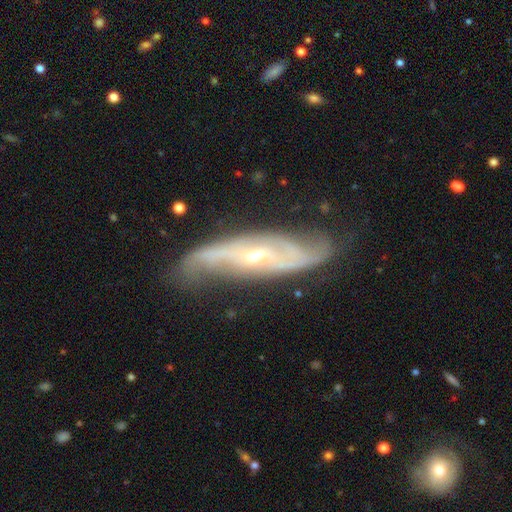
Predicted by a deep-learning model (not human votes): smooth_or_featured: featured or disk (p=0.85) [alt: smooth p=0.09]
disk_edge_on: no (p=0.78) [alt: yes p=0.22]
bar: no (p=0.48) [alt: weak p=0.37]
has_spiral_arms: yes (p=0.93) [alt: no p=0.07]
spiral_winding: medium (p=0.41) [alt: tight p=0.32]
spiral_arm_count: 2 (p=0.64) [alt: can't tell p=0.20]
bulge_size: small (p=0.52) [alt: moderate p=0.44]
merging: none (p=0.69) [alt: minor disturbance p=0.22]